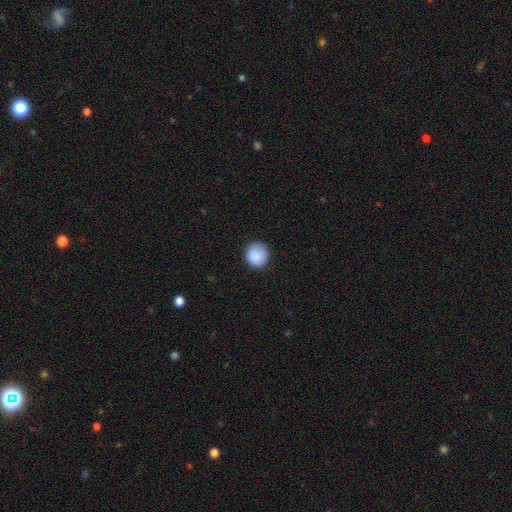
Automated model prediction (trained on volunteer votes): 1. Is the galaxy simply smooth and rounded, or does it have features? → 88% smooth, 8% star or artifact, 4% featured or disk.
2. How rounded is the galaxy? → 92% round, 7% in between, 1% cigar-shaped.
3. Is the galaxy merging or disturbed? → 86% none, 10% minor disturbance, 2% major disturbance, 1% merger.